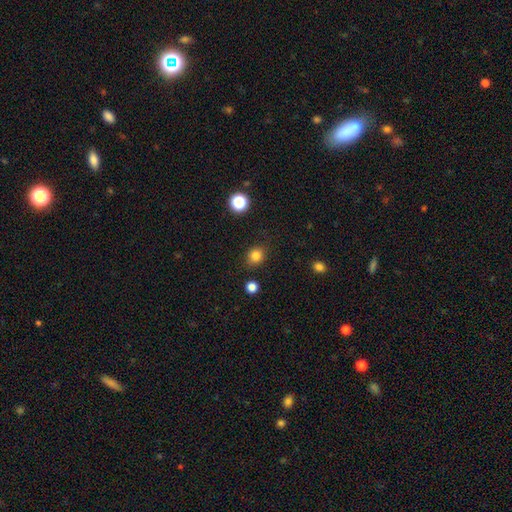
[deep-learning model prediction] smooth 83%, star or artifact 12%, featured or disk 5%. Down the decision tree: how rounded — round (71%); merging — none (84%).